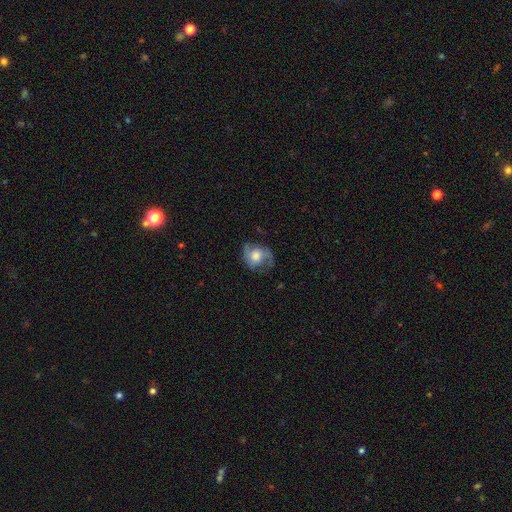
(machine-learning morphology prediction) A featured or disk galaxy (52%) with no bar (72%), spiral arms (82%) and a large central bulge (41%). Merging: none (59%).